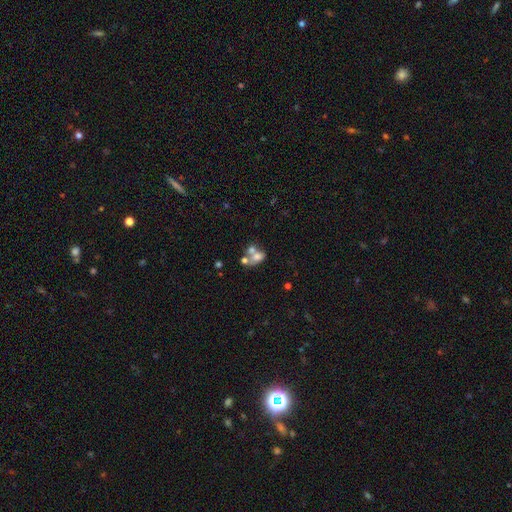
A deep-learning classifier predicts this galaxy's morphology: type=smooth (55%); roundness=in between (63%); merging=merger (59%).